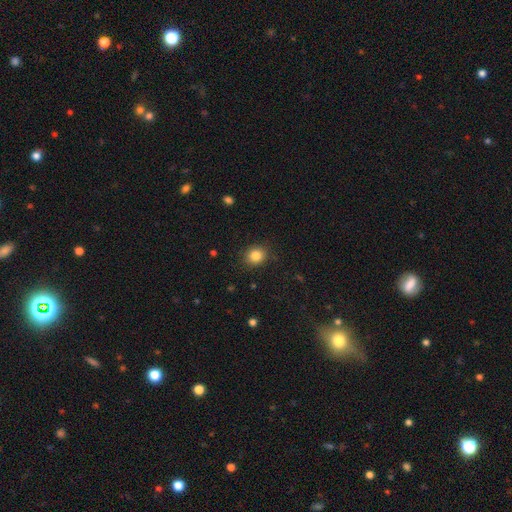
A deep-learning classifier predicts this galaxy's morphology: smooth_or_featured: smooth (p=0.84) [alt: star or artifact p=0.11]
how_rounded: round (p=0.77) [alt: in between p=0.22]
merging: none (p=0.87) [alt: minor disturbance p=0.09]